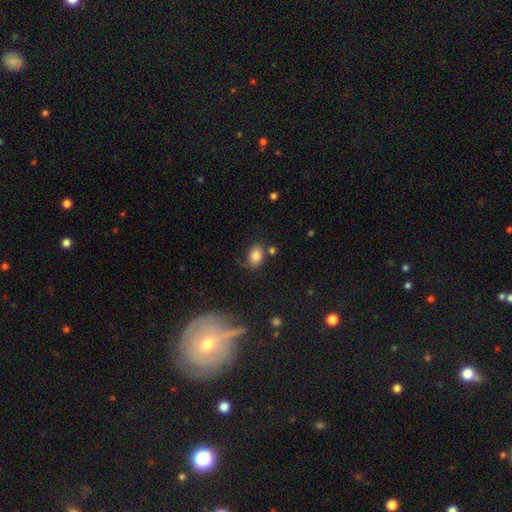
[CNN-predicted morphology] The model was most divided on "merging": none: 71%, minor disturbance: 18%, merger: 7%, major disturbance: 5%. More confident: smooth or featured — smooth (84%); how rounded — in between (82%).